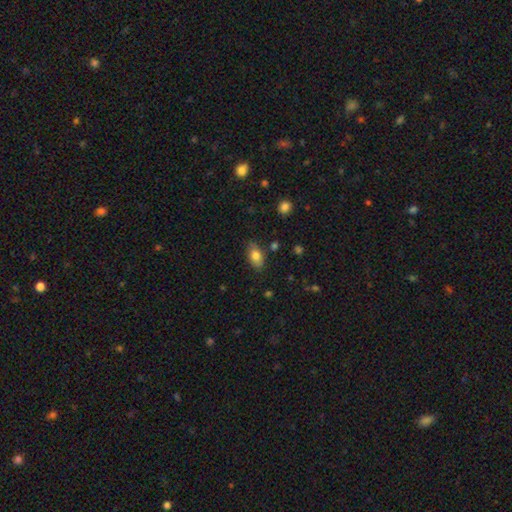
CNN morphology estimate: type=smooth (79%); roundness=in between (88%); merging=none (81%).